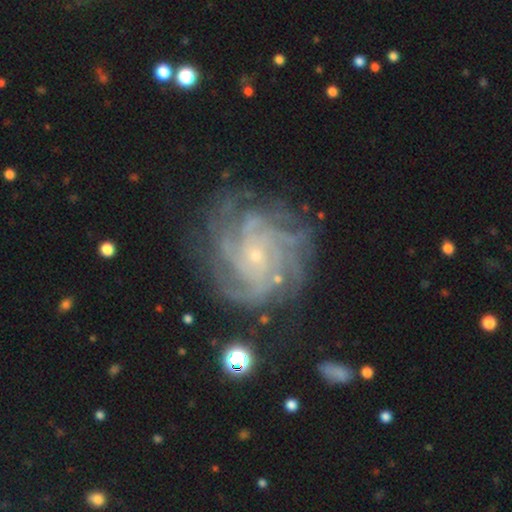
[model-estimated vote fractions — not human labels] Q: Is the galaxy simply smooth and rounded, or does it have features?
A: featured or disk — 89%.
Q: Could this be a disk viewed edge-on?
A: no — 98%.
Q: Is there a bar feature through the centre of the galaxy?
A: no — 73%.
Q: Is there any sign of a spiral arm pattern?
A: yes — 98%.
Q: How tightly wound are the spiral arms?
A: tight — 66%.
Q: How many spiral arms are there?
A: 4 — 27%.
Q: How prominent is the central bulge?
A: small — 85%.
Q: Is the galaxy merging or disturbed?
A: none — 76%.